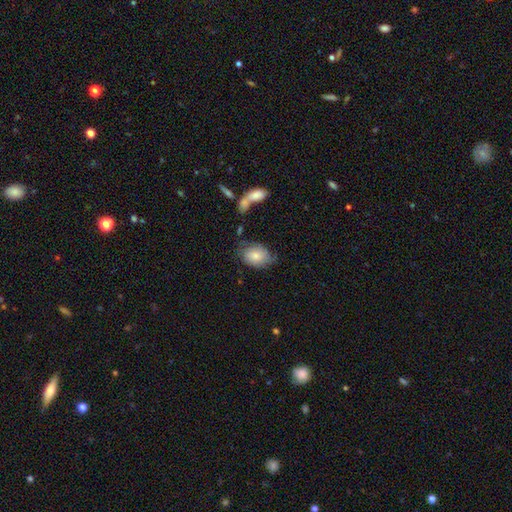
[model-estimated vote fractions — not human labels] smooth 71%, featured or disk 22%, star or artifact 7%. Down the decision tree: how rounded — in between (78%); merging — none (53%).